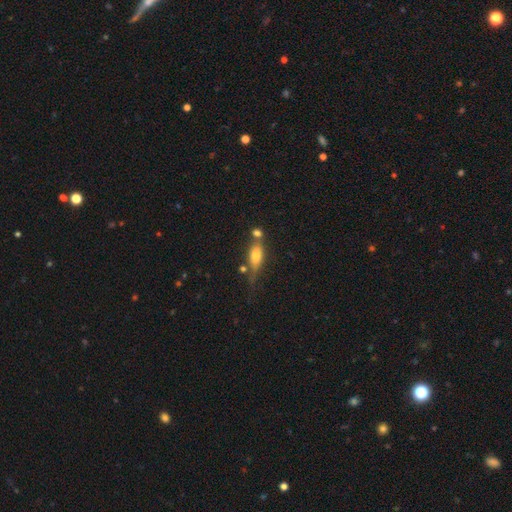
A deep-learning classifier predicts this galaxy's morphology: This is likely a smooth galaxy (67%). How rounded: likely in between (70%). Merging: marginally none (43%).